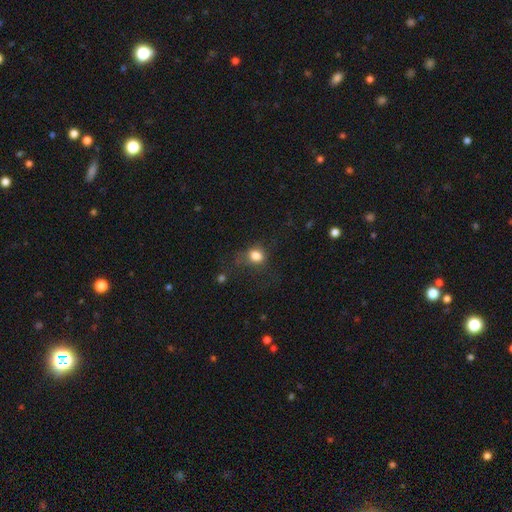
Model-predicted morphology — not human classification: The model was most divided on "how rounded": round: 59%, in between: 39%, cigar-shaped: 1%. More confident: smooth or featured — smooth (79%); merging — none (55%).